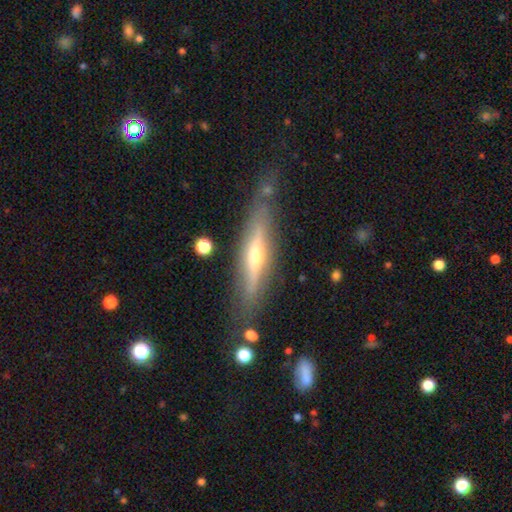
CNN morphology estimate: smooth-or-featured: featured or disk: 72% | smooth: 21% | star or artifact: 7%
  disk-edge-on: yes: 92% | no: 8%
    edge-on-bulge: rounded: 85% | none: 11% | boxy: 4%
  merging: none: 78% | minor disturbance: 15% | major disturbance: 4% | merger: 3%